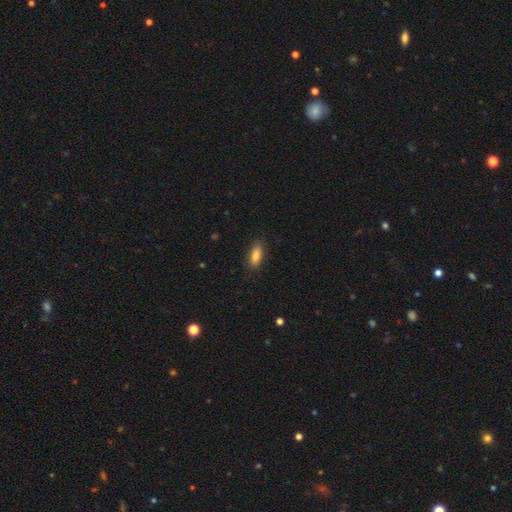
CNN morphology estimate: Smooth or featured: smooth — 81% (featured or disk — 12%)
How rounded: in between — 75% (cigar-shaped — 22%)
Merging: none — 85% (minor disturbance — 11%)